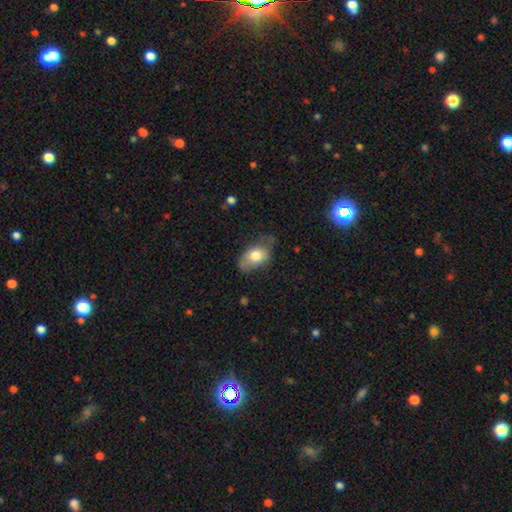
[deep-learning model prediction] The model was most divided on "merging": none: 54%, minor disturbance: 33%, major disturbance: 11%, merger: 2%. More confident: how rounded — in between (89%); smooth or featured — smooth (73%).